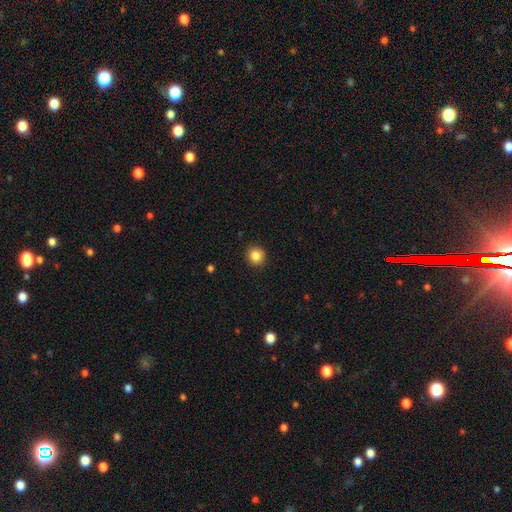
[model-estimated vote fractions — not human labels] The model was most divided on "smooth or featured": smooth: 85%, star or artifact: 10%, featured or disk: 5%. More confident: merging — none (92%); how rounded — round (91%).